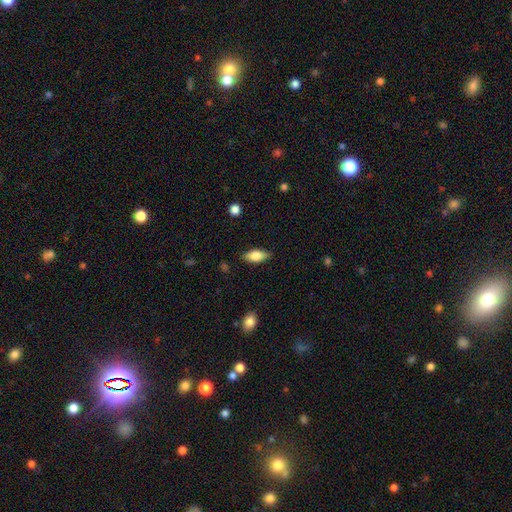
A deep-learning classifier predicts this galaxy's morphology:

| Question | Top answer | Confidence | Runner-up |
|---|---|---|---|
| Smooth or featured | smooth | 76% | featured or disk (17%) |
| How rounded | in between | 84% | cigar-shaped (12%) |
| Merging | none | 84% | minor disturbance (12%) |